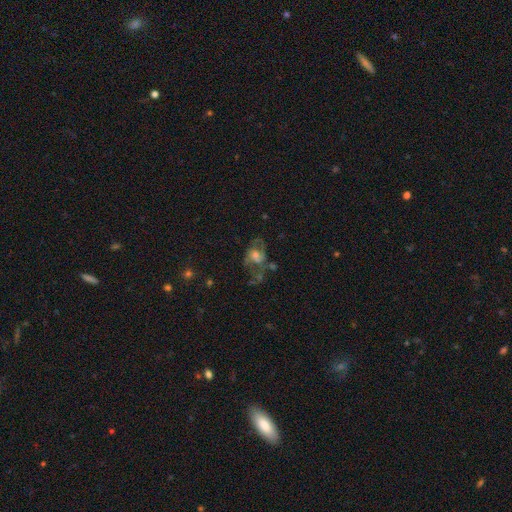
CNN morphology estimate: type=featured or disk (55%); edge-on=no (96%); bar=no (74%); spiral arms=yes (53%); bulge=moderate (53%); merging=none (36%).